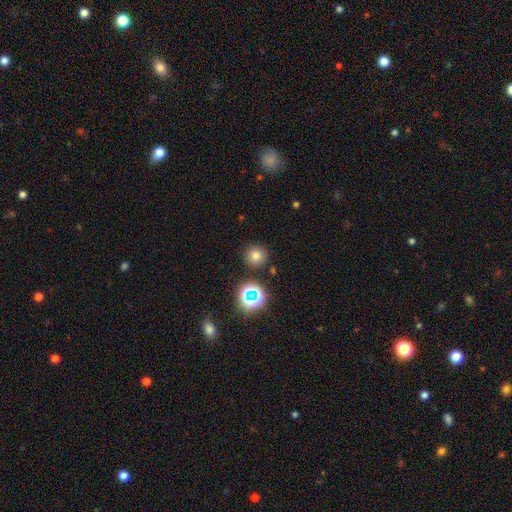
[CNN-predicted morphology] Smooth or featured? smooth (69%)
How rounded? round (94%)
Merging? none (87%)